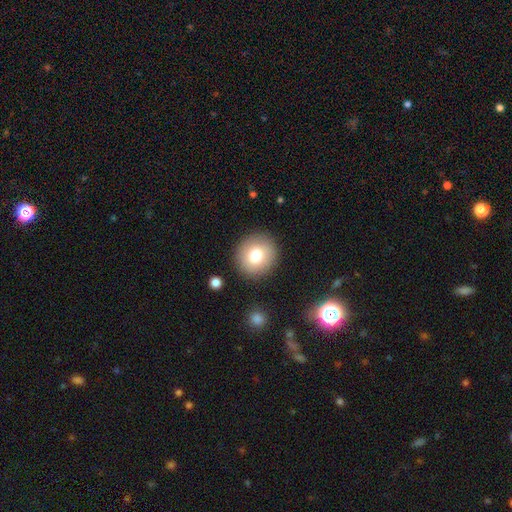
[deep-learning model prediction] This appears to be a smooth galaxy with no disk features (77%) that is round (91%). Merging: none (89%).